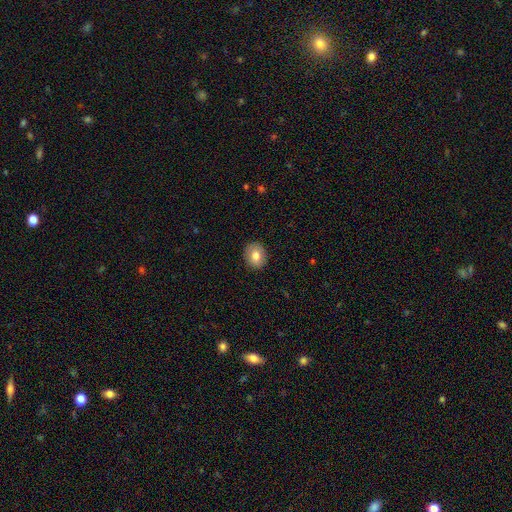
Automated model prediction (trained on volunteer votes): Q: Smooth or featured?
A: smooth (78%); runner-up: featured or disk (14%)
Q: How rounded?
A: round (68%); runner-up: in between (31%)
Q: Merging?
A: none (90%); runner-up: minor disturbance (7%)